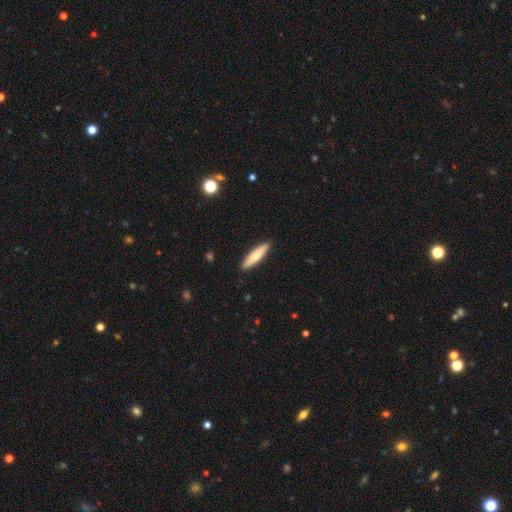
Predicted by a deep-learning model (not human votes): This is likely a smooth galaxy (70%). How rounded: likely cigar-shaped (76%). Merging: clearly none (90%).